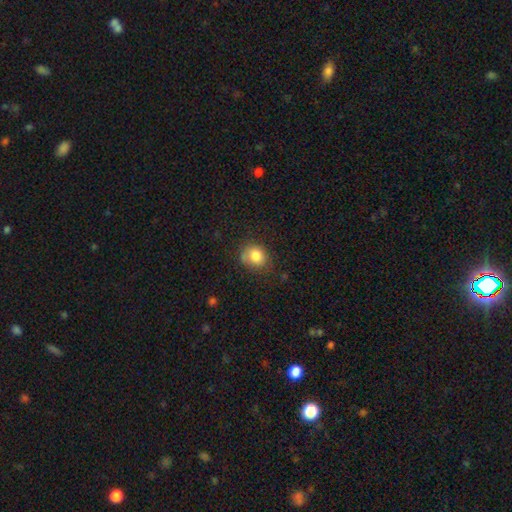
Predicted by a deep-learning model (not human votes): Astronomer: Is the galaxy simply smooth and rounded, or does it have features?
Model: smooth — 82%.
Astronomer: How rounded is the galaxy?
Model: round — 60% (runner-up: in between, 39%).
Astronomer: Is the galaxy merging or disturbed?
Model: none — 67%.